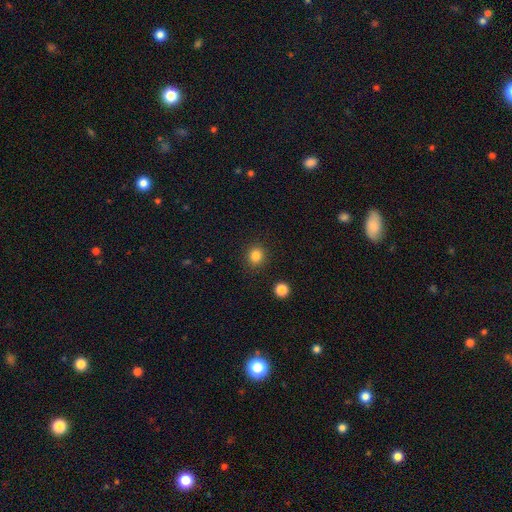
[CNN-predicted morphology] This appears to be a smooth galaxy with no disk features (84%) that is round (80%). Merging: none (89%).